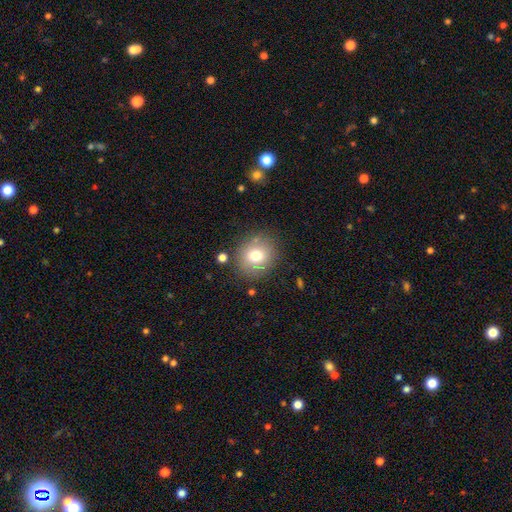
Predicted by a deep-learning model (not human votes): Smooth or featured? smooth (72%)
How rounded? round (77%)
Merging? none (80%)